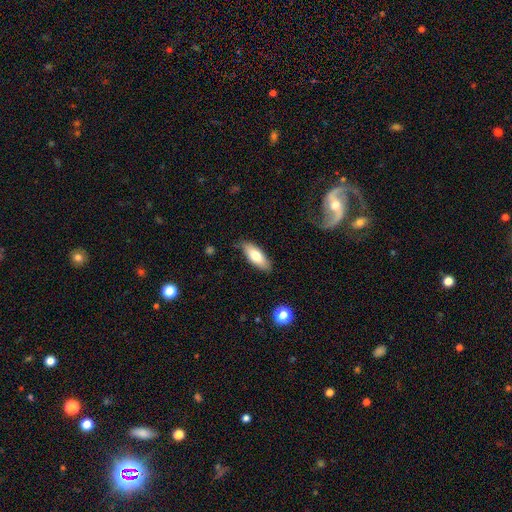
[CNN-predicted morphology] A smooth galaxy with no disk features (74%) that is in between round and cigar-shaped (73%).

Vote fractions:
- Smooth or featured? smooth: 74% / featured or disk: 19% / star or artifact: 6%
- How rounded? in between: 73% / cigar-shaped: 25% / round: 2%
- Merging? none: 81% / minor disturbance: 14% / major disturbance: 3% / merger: 2%